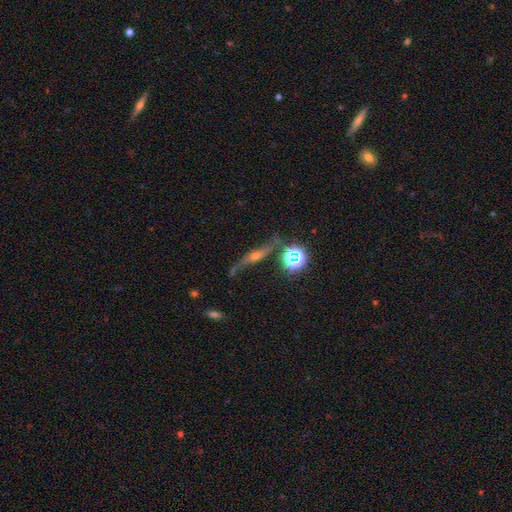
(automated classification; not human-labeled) This is likely a featured or disk galaxy (65%). It is likely viewed edge-on (64%). Merging: likely none (64%).